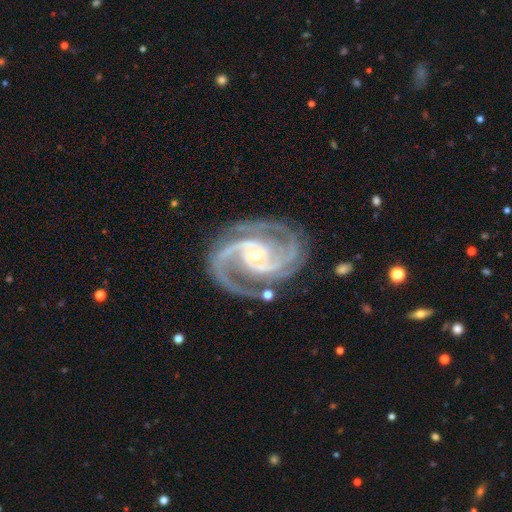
A featured or disk galaxy (95%) with no bar (47%), 2 (88%) tight (62%) spiral arms (100%) and a small central bulge (79%). Merging: none (81%).